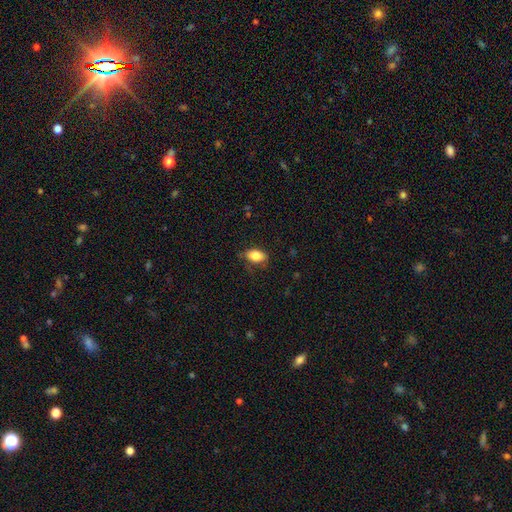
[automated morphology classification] This is clearly a smooth galaxy (82%). How rounded: clearly in between (86%). Merging: likely none (68%).